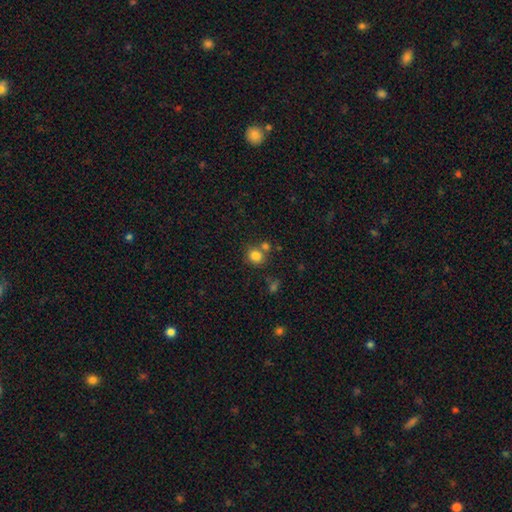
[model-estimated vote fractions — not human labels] This is clearly a smooth galaxy (81%). How rounded: clearly round (82%). Merging: likely none (63%).